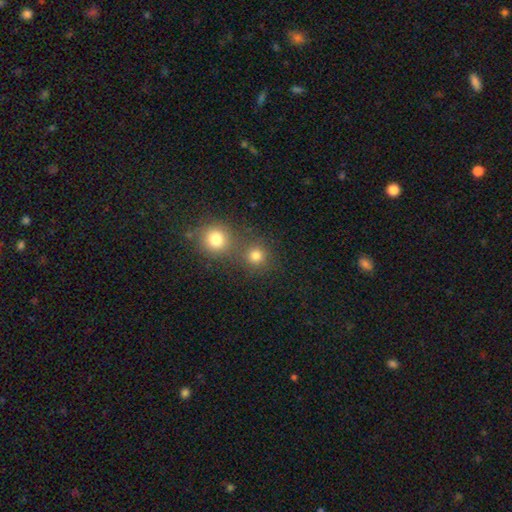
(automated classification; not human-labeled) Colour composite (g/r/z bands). It shows a smooth galaxy with no disk features (80%) that is round (91%). Merging: none (61%).